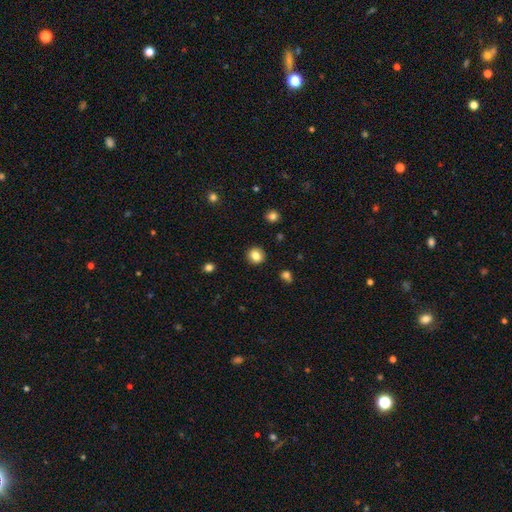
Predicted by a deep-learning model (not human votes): smooth_or_featured: smooth (p=0.83) [alt: star or artifact p=0.10]
how_rounded: round (p=0.83) [alt: in between p=0.16]
merging: none (p=0.90) [alt: minor disturbance p=0.06]